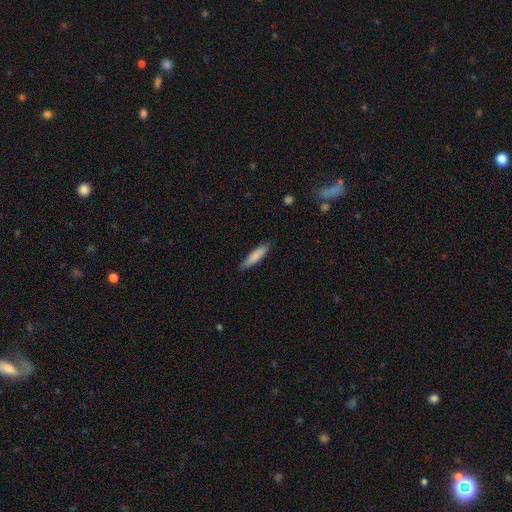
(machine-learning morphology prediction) smooth-or-featured: smooth: 83% | featured or disk: 12% | star or artifact: 5%
  how-rounded: cigar-shaped: 75% | in between: 23% | round: 1%
  merging: none: 84% | minor disturbance: 13% | major disturbance: 2% | merger: 1%